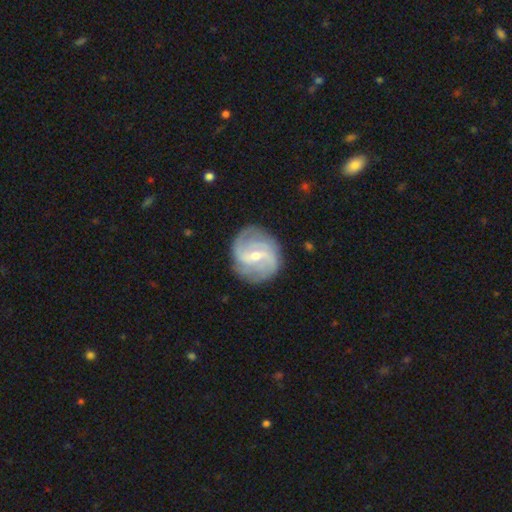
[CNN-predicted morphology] Smooth or featured? featured or disk (85%)
Edge-on disk? no (97%)
Bar? weak (49%)
Spiral arms? yes (95%)
Spiral winding? medium (42%)
Spiral arm count? 2 (41%)
Bulge size? small (54%)
Merging? none (81%)